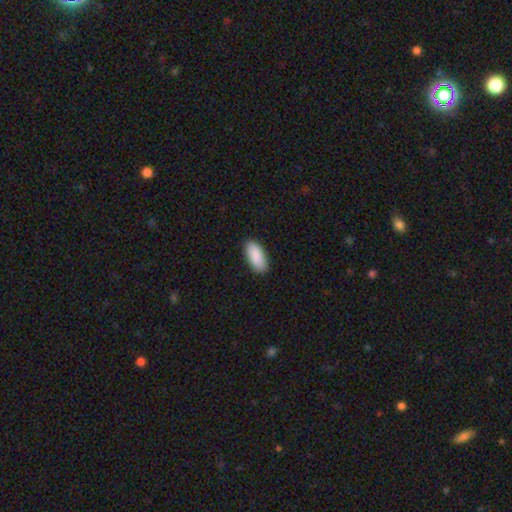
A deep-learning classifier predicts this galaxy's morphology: Q: Smooth or featured?
A: smooth (91%); runner-up: star or artifact (5%)
Q: How rounded?
A: in between (91%); runner-up: cigar-shaped (8%)
Q: Merging?
A: none (88%); runner-up: minor disturbance (9%)